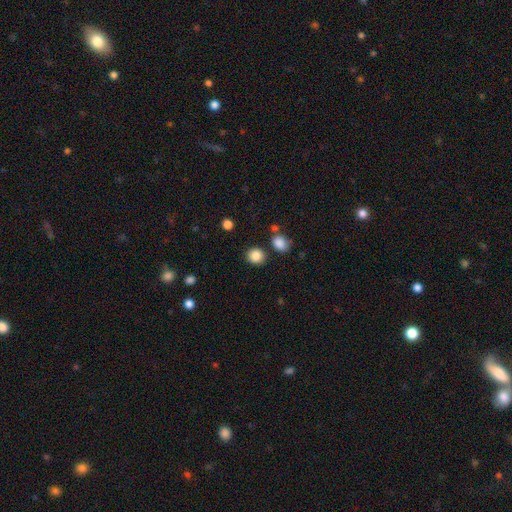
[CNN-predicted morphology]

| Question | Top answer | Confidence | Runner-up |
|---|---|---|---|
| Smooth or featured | smooth | 86% | star or artifact (10%) |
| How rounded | round | 81% | in between (18%) |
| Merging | none | 83% | minor disturbance (9%) |